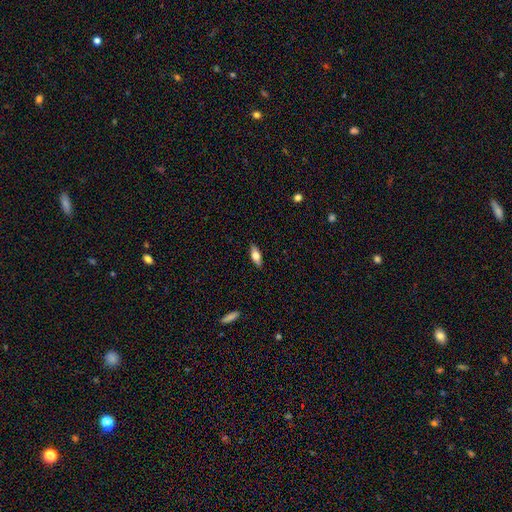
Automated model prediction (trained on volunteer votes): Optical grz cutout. It shows a smooth galaxy with no disk features (69%) that is in between round and cigar-shaped (75%). Merging: none (88%).